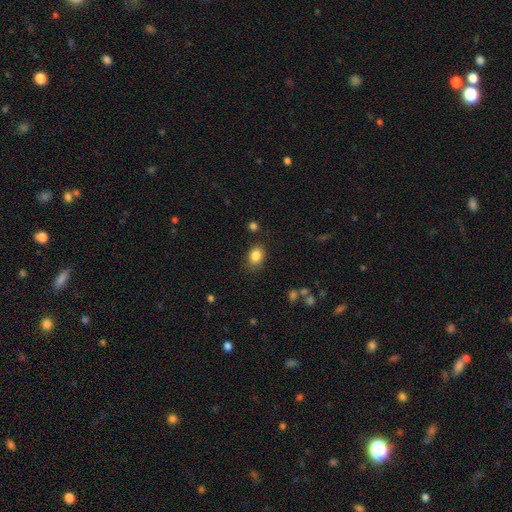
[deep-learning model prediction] This appears to be a smooth galaxy with no disk features (85%) that is in between round and cigar-shaped (67%). Merging: none (81%).